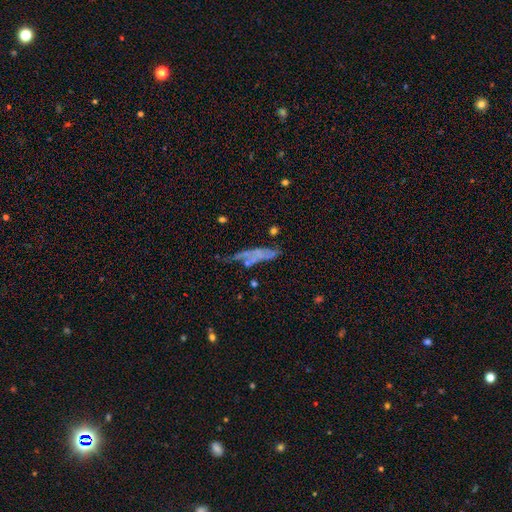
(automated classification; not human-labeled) This appears to be a featured or disk galaxy (47%). Merging: none (36%).